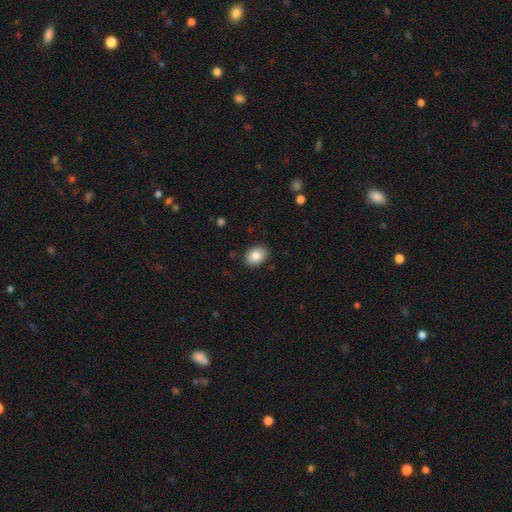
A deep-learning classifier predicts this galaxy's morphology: A smooth galaxy with no disk features (84%) that is in between round and cigar-shaped (73%). Merging: none (88%).